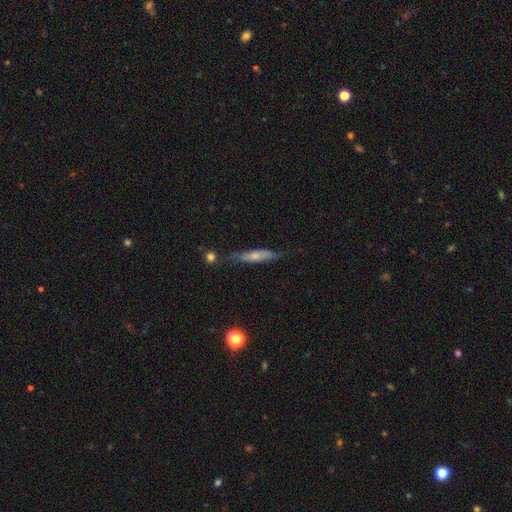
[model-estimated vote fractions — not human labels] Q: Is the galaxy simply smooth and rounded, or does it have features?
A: smooth — 52%.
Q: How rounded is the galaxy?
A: cigar-shaped — 83%.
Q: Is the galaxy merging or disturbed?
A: none — 69%.